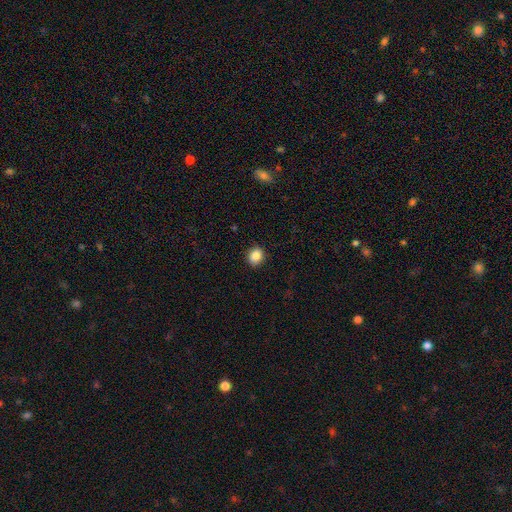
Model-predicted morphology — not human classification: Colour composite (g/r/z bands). It shows a smooth galaxy with no disk features (87%) that is round (69%). Merging: none (90%).